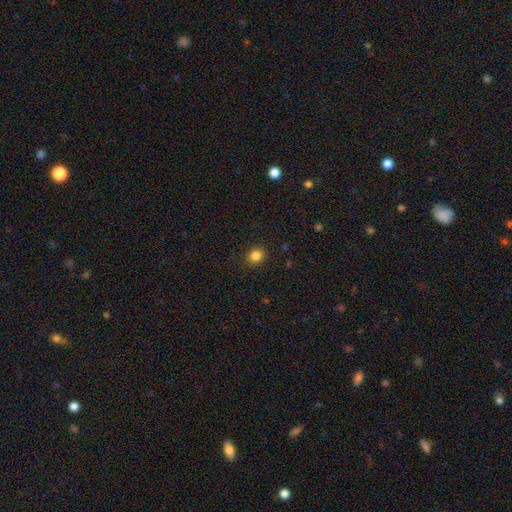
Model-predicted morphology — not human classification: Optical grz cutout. It shows a smooth galaxy with no disk features (84%) that is round (76%). Merging: none (91%).